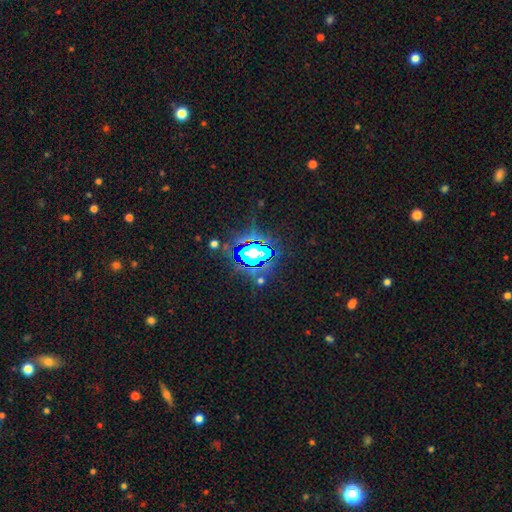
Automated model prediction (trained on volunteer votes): The model was most divided on "smooth or featured": star or artifact: 82%, smooth: 10%, featured or disk: 7%.